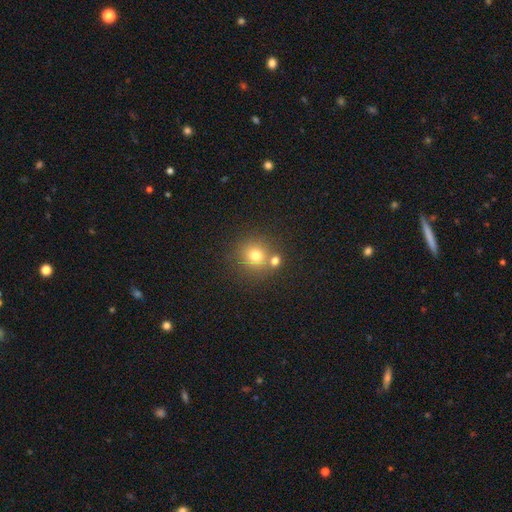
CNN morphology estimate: type=smooth (75%); roundness=round (90%); merging=none (66%).